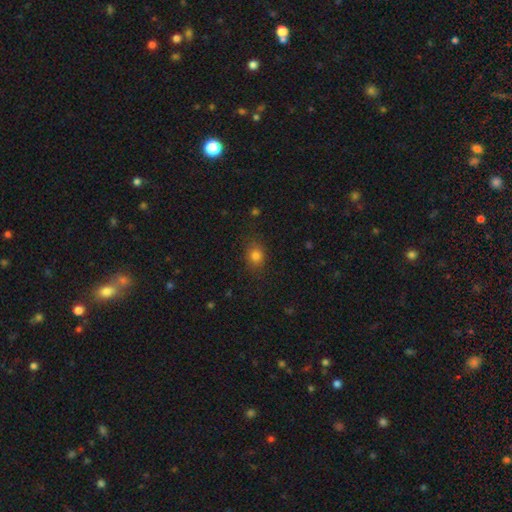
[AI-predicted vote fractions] A smooth galaxy with no disk features (80%) that is round (58%). Merging: none (82%).